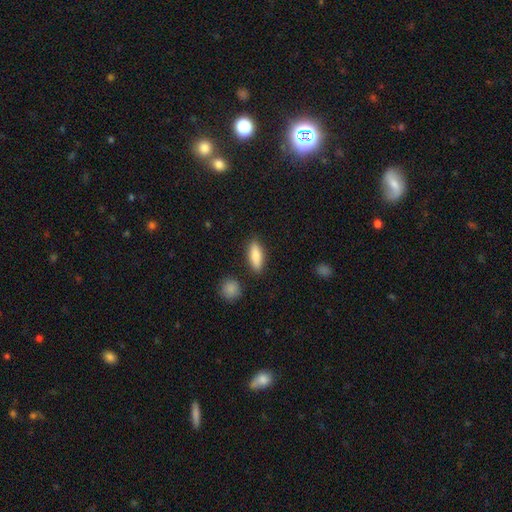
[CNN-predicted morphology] type=smooth (80%); roundness=in between (56%); merging=none (85%).